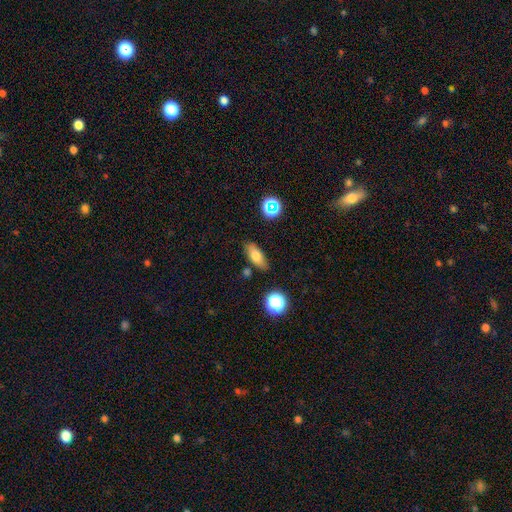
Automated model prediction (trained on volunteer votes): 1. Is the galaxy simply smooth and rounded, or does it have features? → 73% smooth, 17% featured or disk, 10% star or artifact.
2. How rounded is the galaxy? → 75% in between, 19% cigar-shaped, 6% round.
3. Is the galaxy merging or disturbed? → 82% none, 11% minor disturbance, 4% merger, 3% major disturbance.